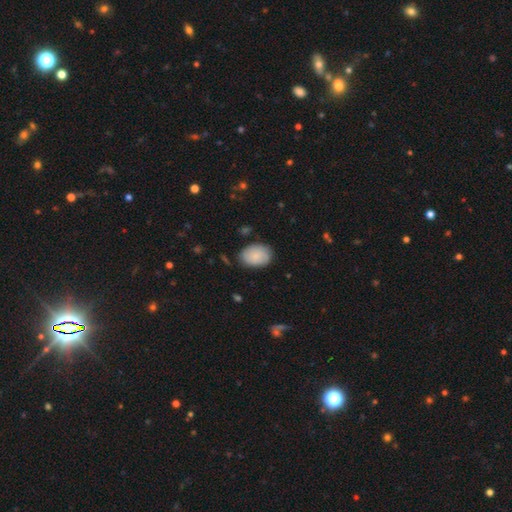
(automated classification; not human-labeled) Morphology: type=smooth (78%); roundness=in between (81%); merging=none (78%).